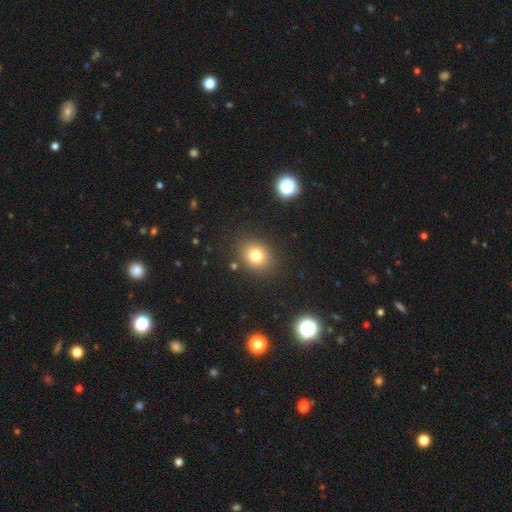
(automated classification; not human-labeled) Smooth or featured? smooth (77%)
How rounded? round (60%)
Merging? none (85%)